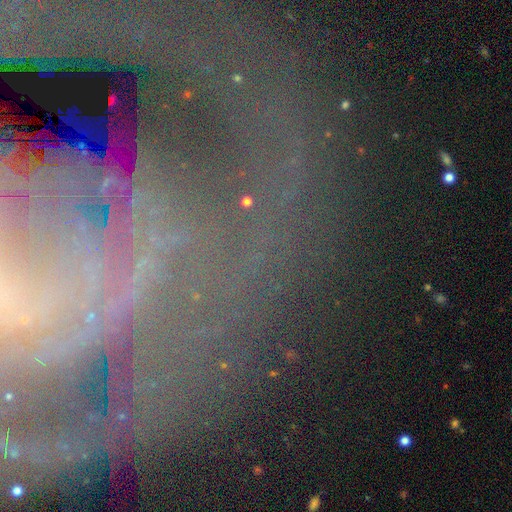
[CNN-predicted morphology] Overall: featured or disk (51%; star or artifact 34%). Edge-on disk: no (85%). Merging: none (65%).